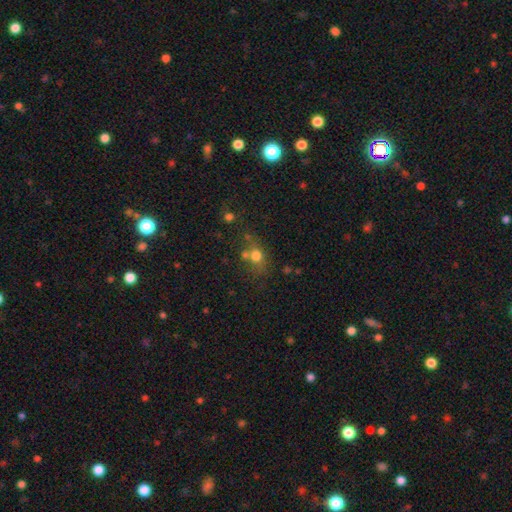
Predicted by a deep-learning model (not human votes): Q: Smooth or featured?
A: smooth (70%); runner-up: star or artifact (16%)
Q: How rounded?
A: round (60%); runner-up: in between (37%)
Q: Merging?
A: none (50%); runner-up: merger (27%)